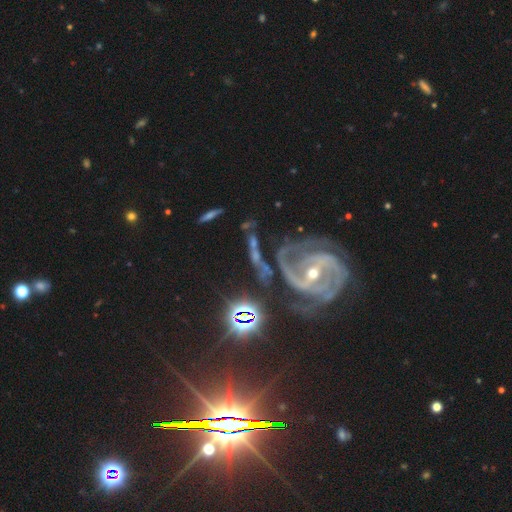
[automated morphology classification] Overall: featured or disk (77%). Edge-on disk: no (94%). Bar: weak (38%; strong 33%). Spiral arms: yes (95%). Spiral arm count: 2 (40%; 3 21%). Spiral winding: tight (49%; medium 40%). Bulge size: small (61%; moderate 35%). Merging: none (57%; minor disturbance 19%).